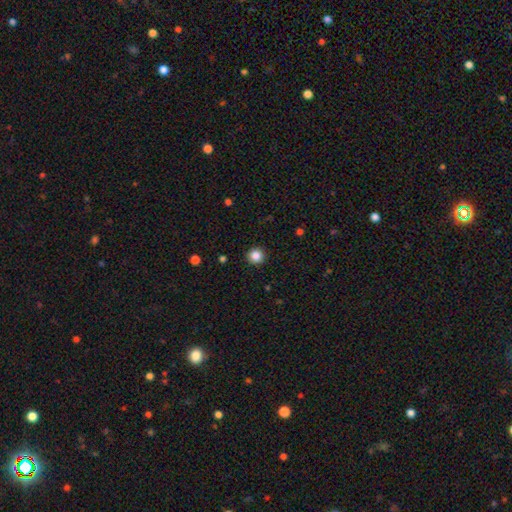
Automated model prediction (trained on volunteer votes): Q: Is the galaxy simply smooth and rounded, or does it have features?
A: smooth — 85%.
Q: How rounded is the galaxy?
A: round — 95%.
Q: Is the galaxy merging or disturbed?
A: none — 93%.